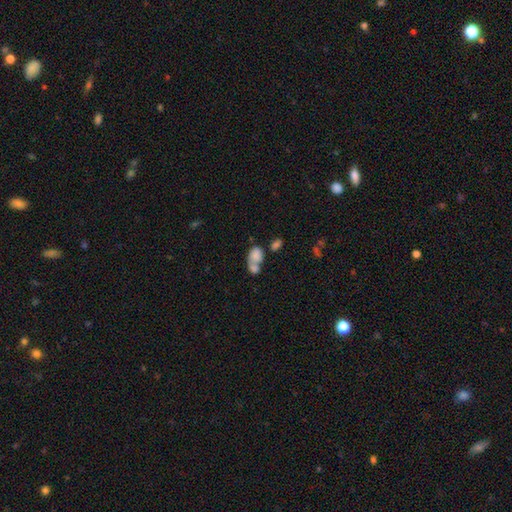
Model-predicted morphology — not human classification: type=smooth (77%); roundness=in between (75%); merging=merger (68%).